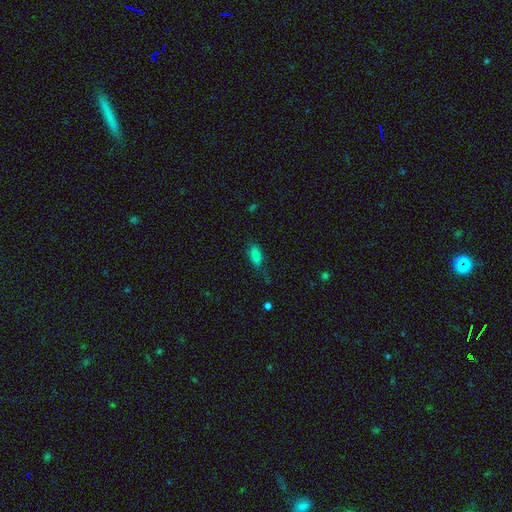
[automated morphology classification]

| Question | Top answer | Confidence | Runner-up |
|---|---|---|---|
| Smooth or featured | smooth | 82% | star or artifact (11%) |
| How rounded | in between | 81% | cigar-shaped (16%) |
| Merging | none | 57% | minor disturbance (29%) |